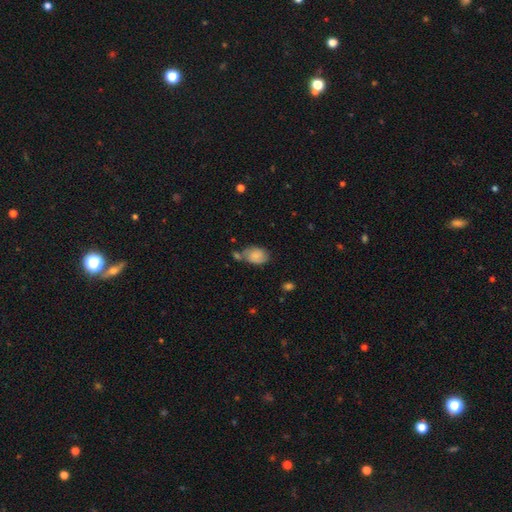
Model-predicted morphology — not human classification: The model was most divided on "merging": none: 47%, minor disturbance: 23%, merger: 21%, major disturbance: 8%. More confident: how rounded — in between (76%); smooth or featured — smooth (71%).